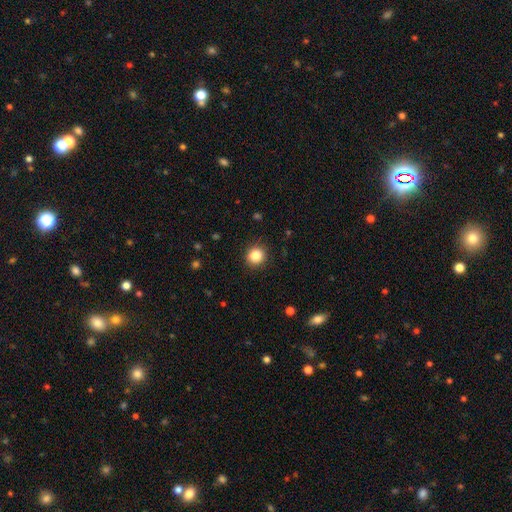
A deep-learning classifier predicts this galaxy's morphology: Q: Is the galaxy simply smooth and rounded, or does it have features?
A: smooth — 85%.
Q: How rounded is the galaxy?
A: round — 91%.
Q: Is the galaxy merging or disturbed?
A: none — 91%.